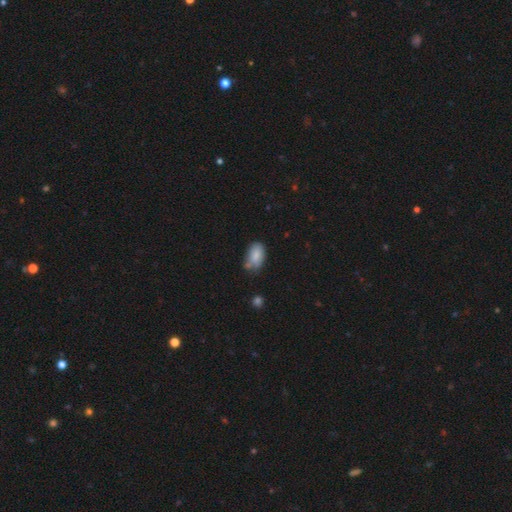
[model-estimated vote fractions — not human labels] smooth_or_featured: smooth (p=0.81) [alt: featured or disk p=0.12]
how_rounded: in between (p=0.92) [alt: round p=0.06]
merging: none (p=0.52) [alt: minor disturbance p=0.31]